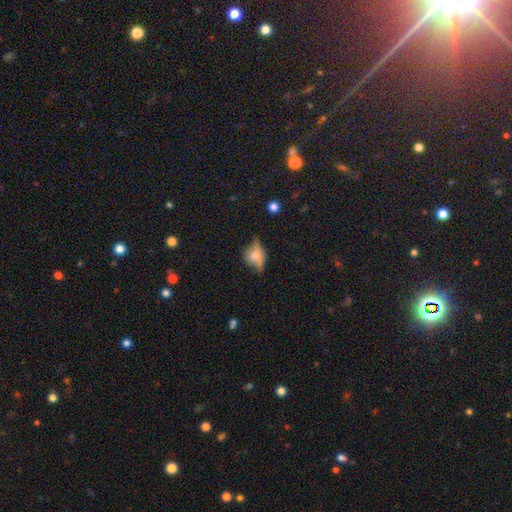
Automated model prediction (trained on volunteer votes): Smooth or featured: smooth — 47% (featured or disk — 41%)
Merging: none — 50% (minor disturbance — 31%)